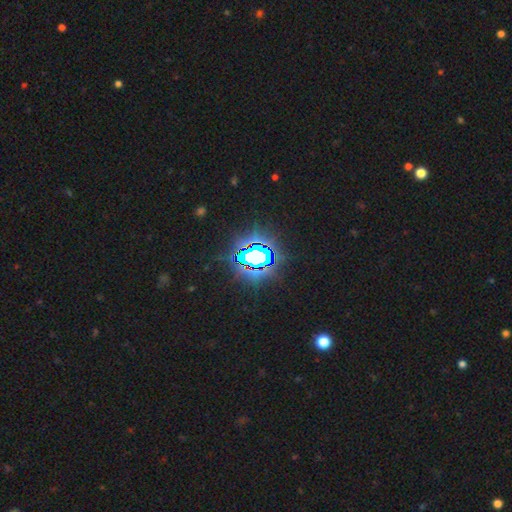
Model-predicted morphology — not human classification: smooth_or_featured: star or artifact (p=0.74) [alt: smooth p=0.14]